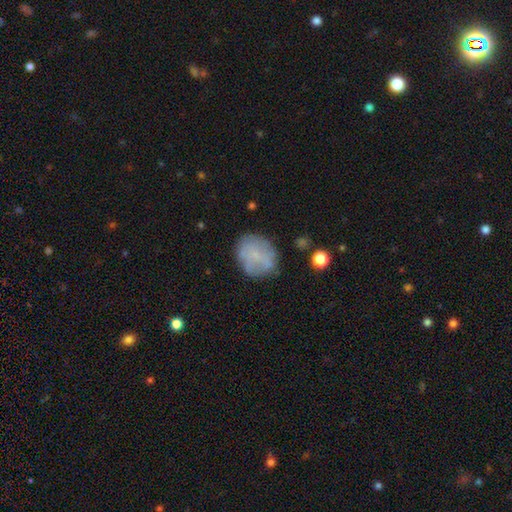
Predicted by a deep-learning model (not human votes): Q: Smooth or featured?
A: smooth (57%); runner-up: featured or disk (32%)
Q: How rounded?
A: round (67%); runner-up: in between (32%)
Q: Merging?
A: none (66%); runner-up: minor disturbance (21%)